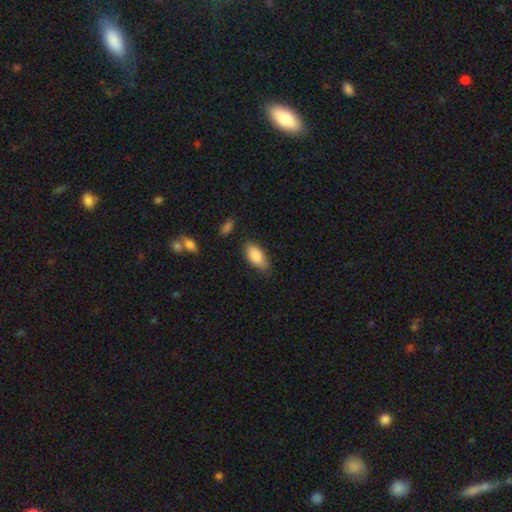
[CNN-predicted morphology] Overall: smooth (88%). How rounded: in between (91%). Merging: none (75%).